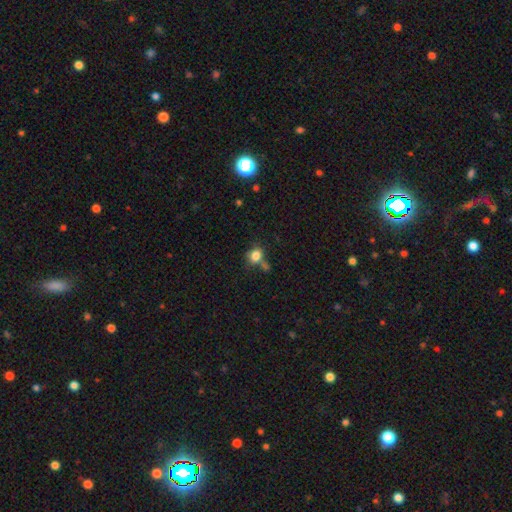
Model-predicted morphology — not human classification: This appears to be a smooth galaxy with no disk features (80%) that is round (57%). Merging: none (53%).